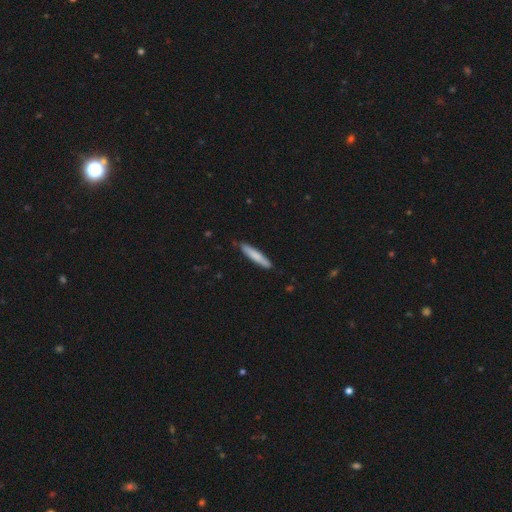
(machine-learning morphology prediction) This appears to be a smooth galaxy with no disk features (77%) that is cigar-shaped (91%). Merging: none (86%).